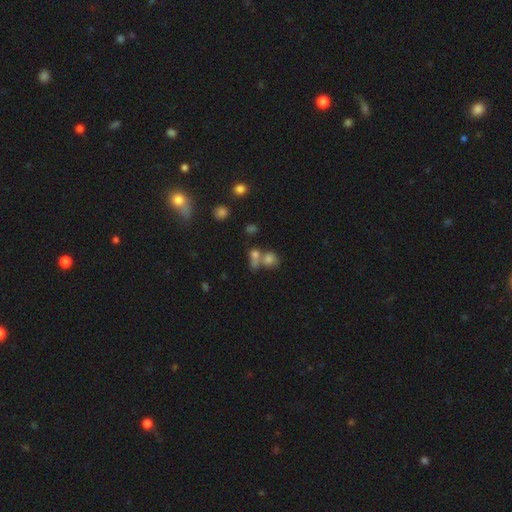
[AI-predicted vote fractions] smooth 69%, star or artifact 17%, featured or disk 14%. Down the decision tree: how rounded — round (56%); merging — merger (50%).